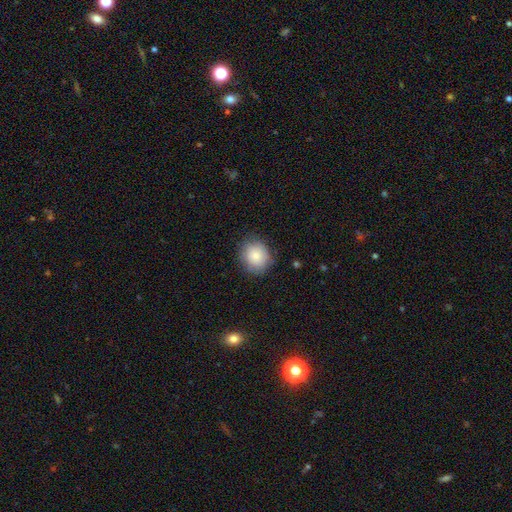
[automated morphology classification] This is clearly a smooth galaxy (82%). How rounded: likely round (71%). Merging: likely none (80%).